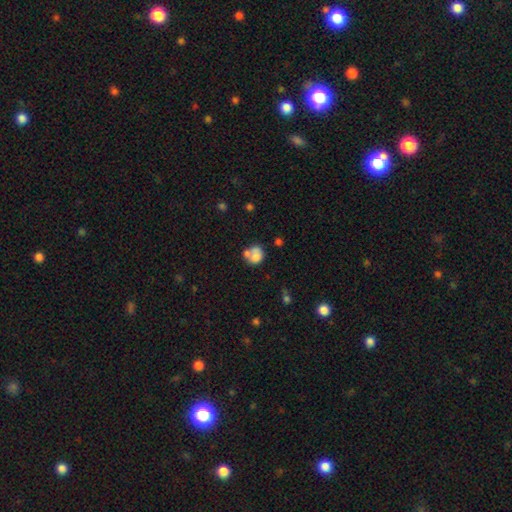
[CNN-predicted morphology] Q: Smooth or featured?
A: smooth (65%); runner-up: featured or disk (25%)
Q: How rounded?
A: round (61%); runner-up: in between (38%)
Q: Merging?
A: merger (48%); runner-up: none (29%)